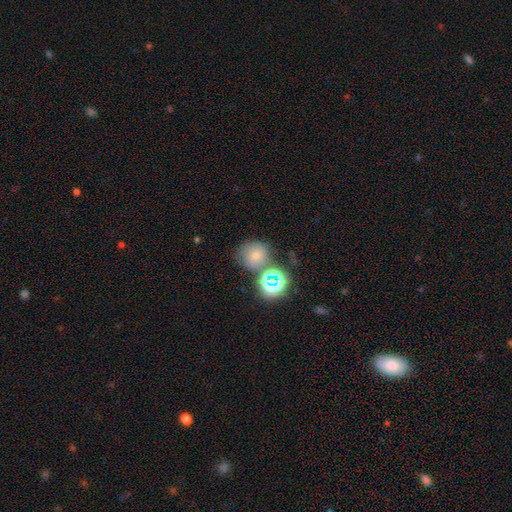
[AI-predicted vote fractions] Smooth or featured? Predicted: smooth (p=0.63). How rounded? Predicted: round (p=0.84). Merging? Predicted: none (p=0.58).